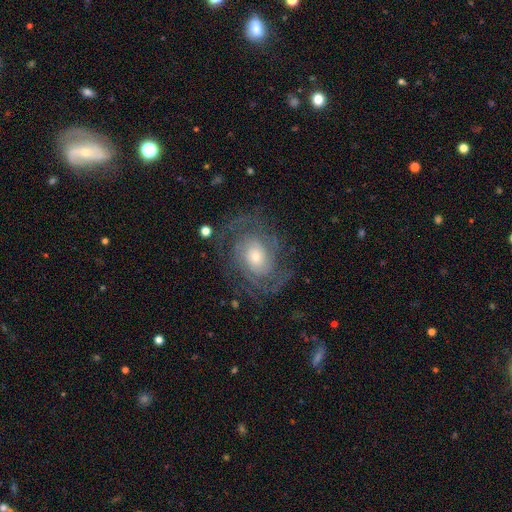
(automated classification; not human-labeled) Q: Smooth or featured?
A: featured or disk (82%); runner-up: smooth (11%)
Q: Edge-on disk?
A: no (97%); runner-up: yes (3%)
Q: Bar?
A: no (73%); runner-up: weak (22%)
Q: Spiral arms?
A: yes (93%); runner-up: no (7%)
Q: Spiral winding?
A: tight (60%); runner-up: medium (32%)
Q: Spiral arm count?
A: can't tell (32%); tied with: 2 (32%)
Q: Bulge size?
A: moderate (47%); runner-up: small (40%)
Q: Merging?
A: none (73%); runner-up: minor disturbance (14%)